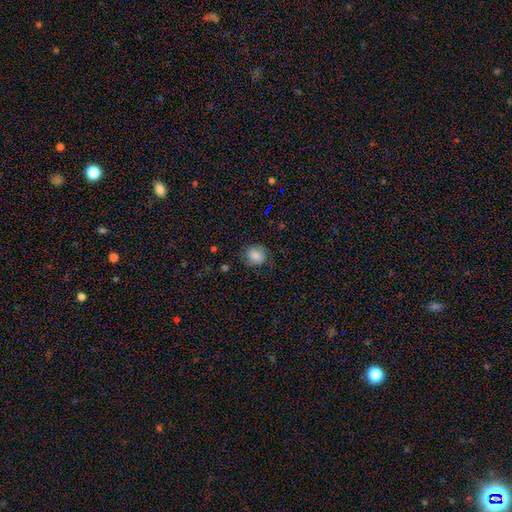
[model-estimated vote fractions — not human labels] Smooth or featured? smooth (72%)
How rounded? round (77%)
Merging? none (70%)